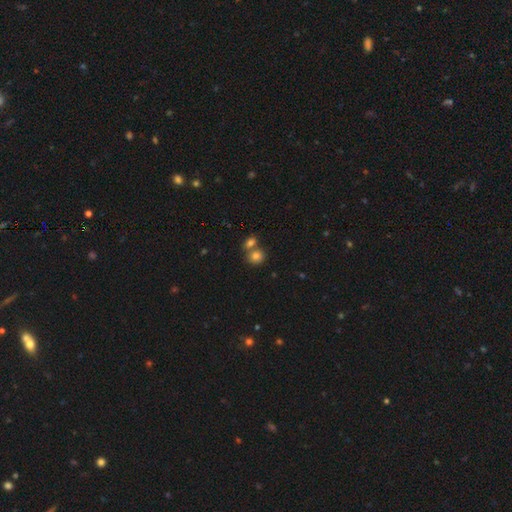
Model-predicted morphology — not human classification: This appears to be a smooth galaxy with no disk features (79%) that is round (75%). Merging: none (47%).